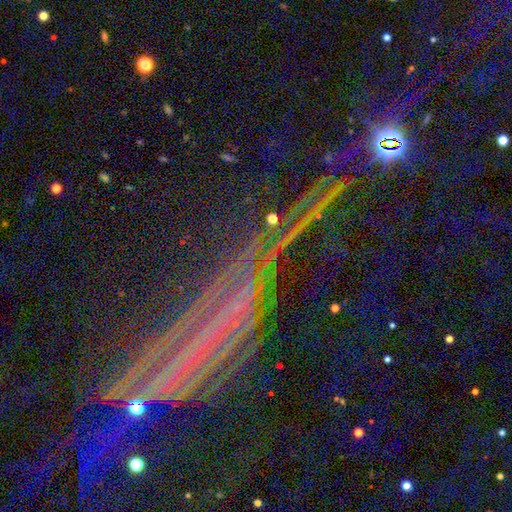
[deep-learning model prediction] Smooth or featured? Predicted: star or artifact (p=0.76).